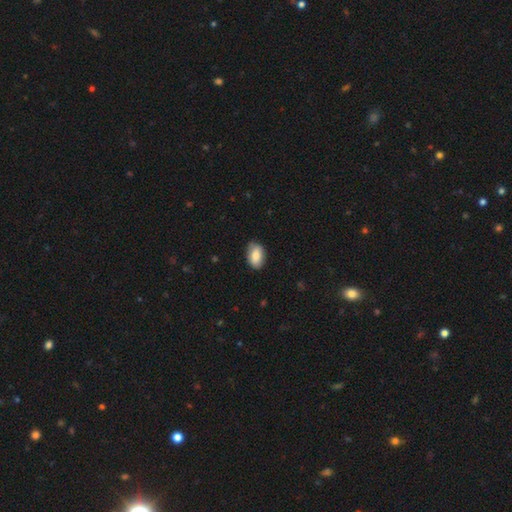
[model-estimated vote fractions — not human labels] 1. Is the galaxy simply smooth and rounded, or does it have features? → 80% smooth, 13% featured or disk, 7% star or artifact.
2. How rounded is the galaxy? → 91% in between, 8% round, 2% cigar-shaped.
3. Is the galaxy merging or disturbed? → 82% none, 15% minor disturbance, 2% major disturbance, 1% merger.